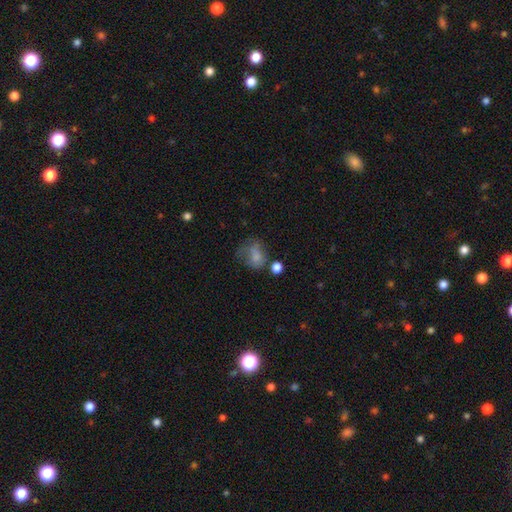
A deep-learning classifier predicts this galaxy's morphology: This is likely a smooth galaxy (67%). How rounded: possibly in between (50%). Merging: marginally major disturbance (36%).